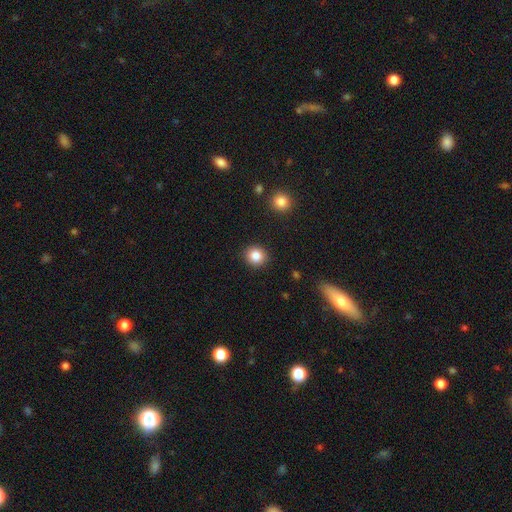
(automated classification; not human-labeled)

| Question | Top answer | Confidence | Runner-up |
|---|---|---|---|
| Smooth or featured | smooth | 85% | star or artifact (10%) |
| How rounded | round | 87% | in between (12%) |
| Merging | none | 91% | minor disturbance (6%) |